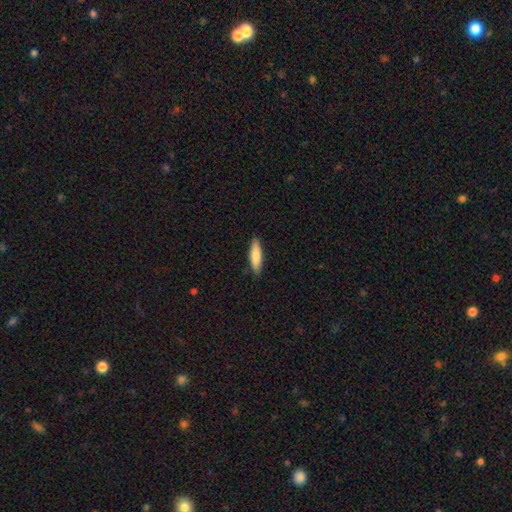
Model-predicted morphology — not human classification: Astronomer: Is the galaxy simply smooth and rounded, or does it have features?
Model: smooth — 82%.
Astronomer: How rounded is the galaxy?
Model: cigar-shaped — 61% (runner-up: in between, 37%).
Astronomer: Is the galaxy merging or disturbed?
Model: none — 88%.